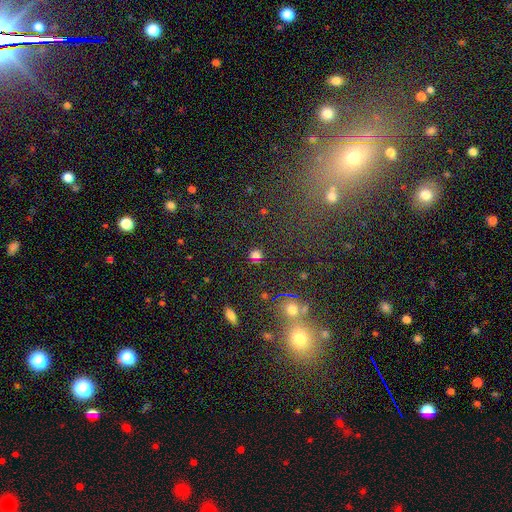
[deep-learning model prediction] This is likely a smooth galaxy (69%). How rounded: clearly round (84%). Merging: clearly none (86%).